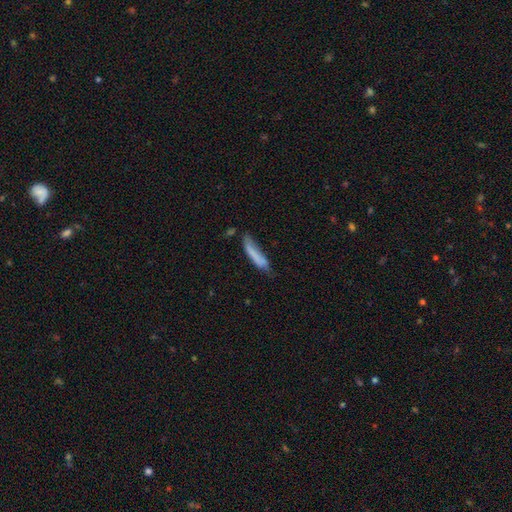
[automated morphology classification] Smooth or featured? smooth (72%)
How rounded? cigar-shaped (83%)
Merging? none (50%)